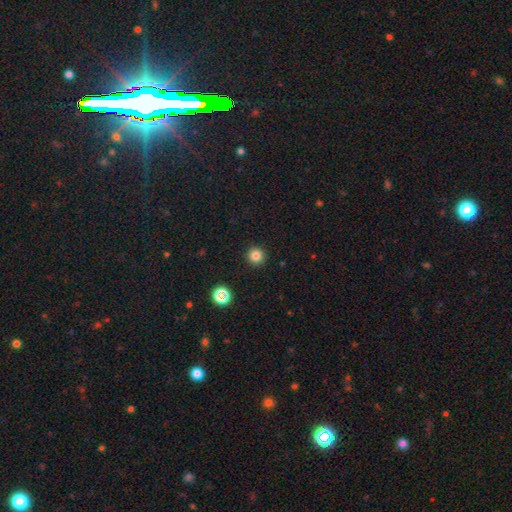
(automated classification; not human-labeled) smooth 82%, star or artifact 13%, featured or disk 4%. Down the decision tree: how rounded — round (96%); merging — none (93%).